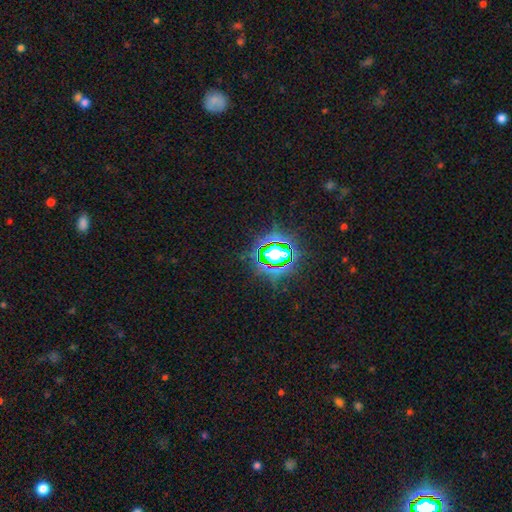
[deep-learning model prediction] Smooth or featured?
  - star or artifact: 81% *
  - smooth: 13%
  - featured or disk: 7%